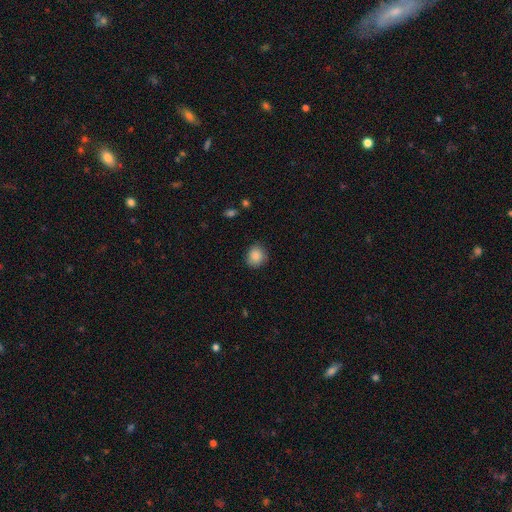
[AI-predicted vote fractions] A smooth galaxy with no disk features (87%) that is round (78%). Merging: none (83%).